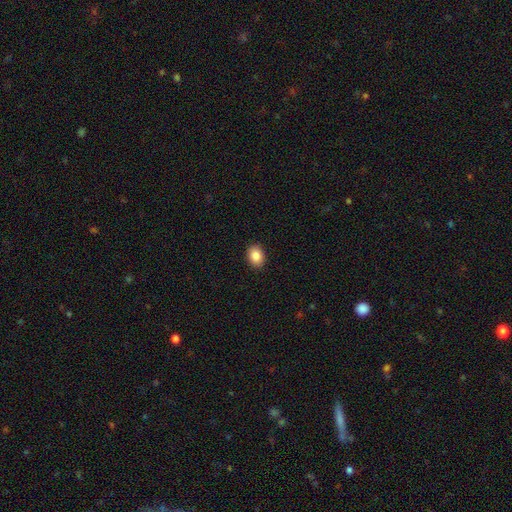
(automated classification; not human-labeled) Overall: smooth (87%). How rounded: in between (69%; round 30%). Merging: none (91%).